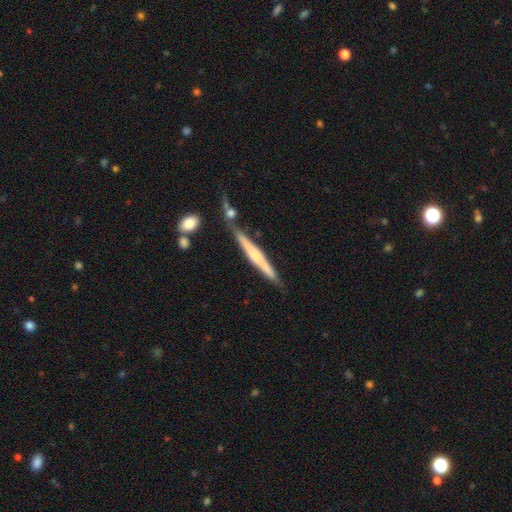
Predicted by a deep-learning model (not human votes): A featured or disk galaxy (62%) viewed edge-on (97%) with a rounded central bulge (54%). Merging: none (76%).